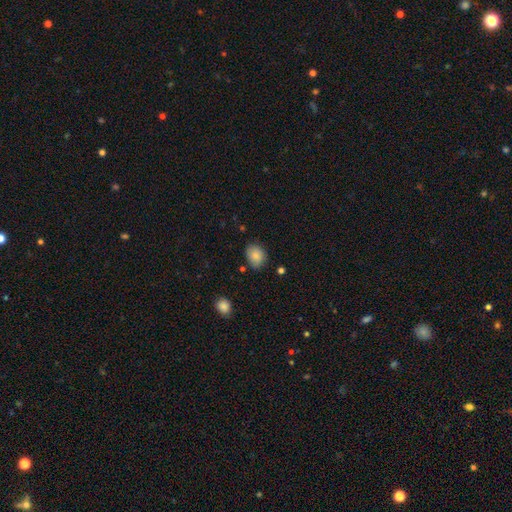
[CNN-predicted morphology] The model was most divided on "how rounded": in between: 50%, round: 49%, cigar-shaped: 1%. More confident: smooth or featured — smooth (84%); merging — none (76%).